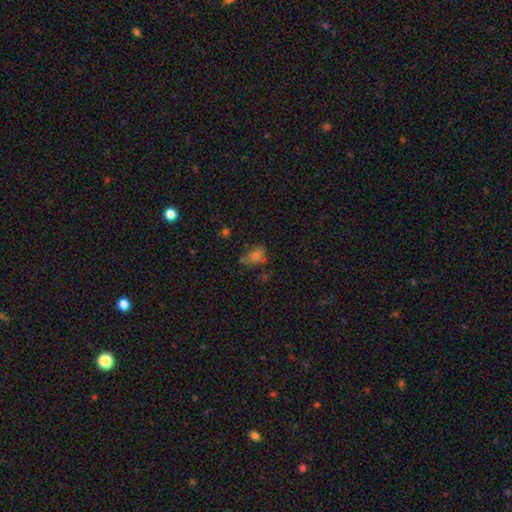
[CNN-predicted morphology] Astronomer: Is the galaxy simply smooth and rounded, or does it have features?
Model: smooth — 63%.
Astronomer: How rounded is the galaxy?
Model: in between — 76%.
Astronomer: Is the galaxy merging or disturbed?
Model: none — 53%.